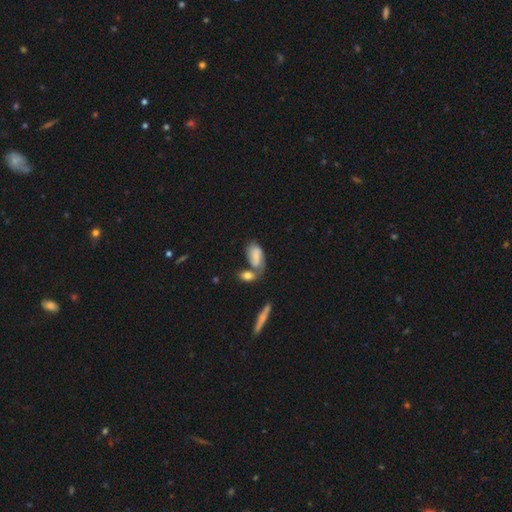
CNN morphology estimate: smooth_or_featured: smooth (p=0.63) [alt: featured or disk p=0.29]
how_rounded: in between (p=0.90) [alt: cigar-shaped p=0.06]
merging: merger (p=0.37) [alt: none p=0.35]